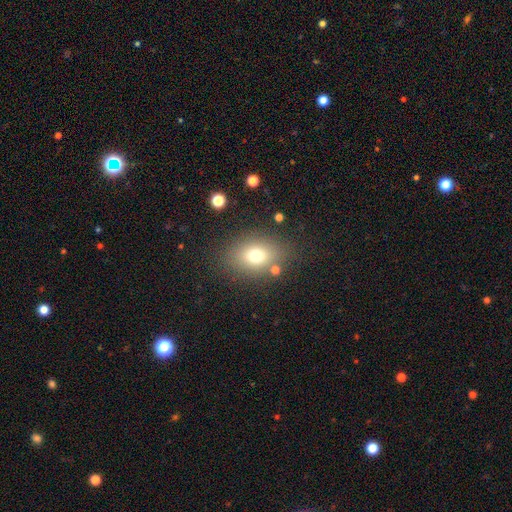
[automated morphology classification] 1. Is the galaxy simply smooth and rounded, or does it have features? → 73% smooth, 14% star or artifact, 13% featured or disk.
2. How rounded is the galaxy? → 64% in between, 35% round, 1% cigar-shaped.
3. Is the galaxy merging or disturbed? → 79% none, 11% minor disturbance, 5% major disturbance, 5% merger.